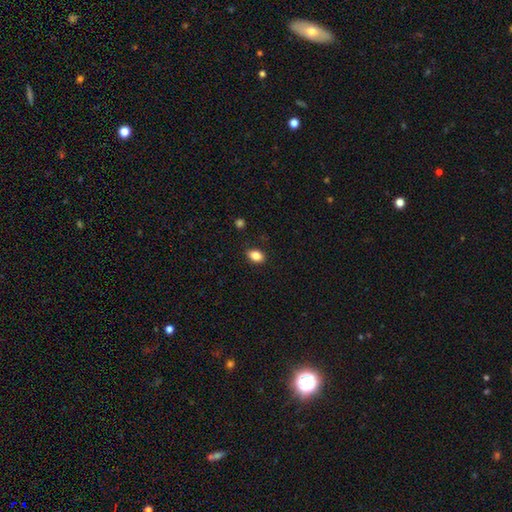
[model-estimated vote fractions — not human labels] Q: Smooth or featured?
A: smooth (85%); runner-up: star or artifact (9%)
Q: How rounded?
A: in between (80%); runner-up: round (18%)
Q: Merging?
A: none (85%); runner-up: minor disturbance (11%)